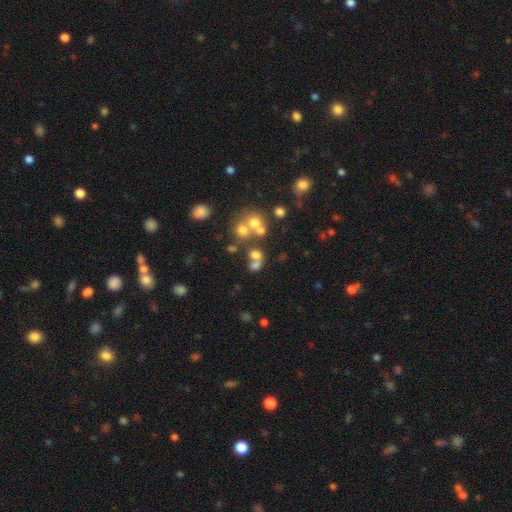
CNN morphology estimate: smooth-or-featured: smooth: 58% | featured or disk: 21% | star or artifact: 20%
  how-rounded: round: 67% | in between: 32% | cigar-shaped: 1%
  merging: merger: 45% | none: 39% | minor disturbance: 9% | major disturbance: 7%